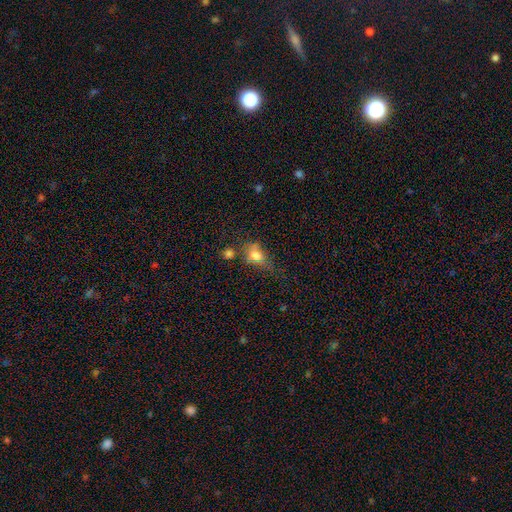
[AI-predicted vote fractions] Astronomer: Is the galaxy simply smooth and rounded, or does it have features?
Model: smooth — 69%.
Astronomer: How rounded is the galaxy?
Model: in between — 67%.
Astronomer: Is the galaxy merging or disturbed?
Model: none — 41% (runner-up: minor disturbance, 26%).